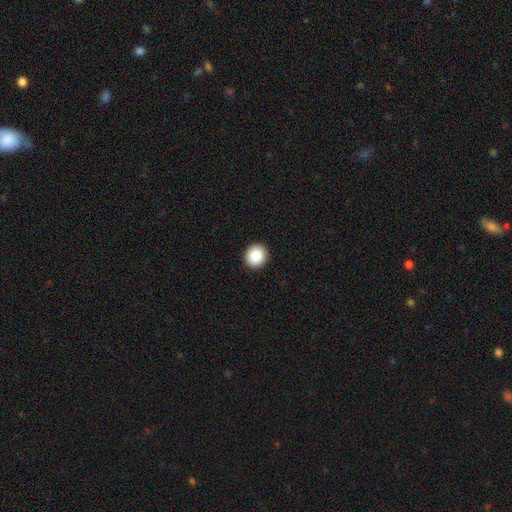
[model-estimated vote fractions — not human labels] This appears to be a smooth galaxy with no disk features (87%) that is round (86%). Merging: none (93%).